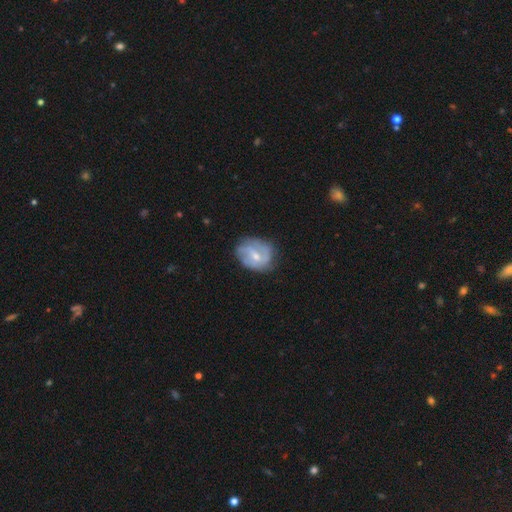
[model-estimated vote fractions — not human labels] Smooth or featured?
  - featured or disk: 61% *
  - smooth: 32%
  - star or artifact: 6%
Edge-on disk?
  - no: 97% *
  - yes: 3%
Bar?
  - weak: 50% *
  - no: 37%
  - strong: 13%
Spiral arms?
  - yes: 73% *
  - no: 27%
Bulge size?
  - small: 47% * (tied)
  - moderate: 47% * (tied)
  - none: 4%
  - large: 2%
  - dominant: 1%
Merging?
  - none: 60% *
  - minor disturbance: 27%
  - major disturbance: 11%
  - merger: 2%